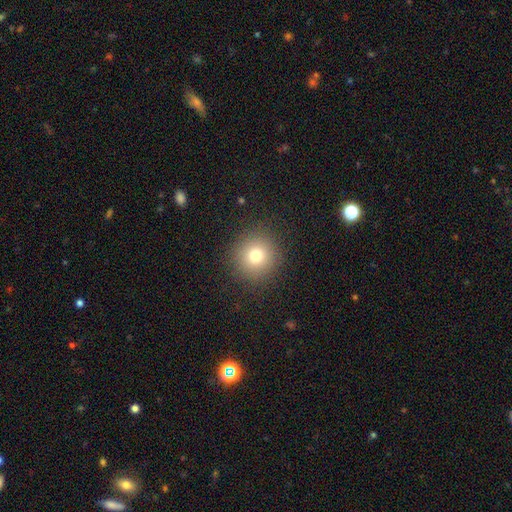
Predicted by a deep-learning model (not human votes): smooth-or-featured: smooth: 75% | star or artifact: 14% | featured or disk: 10%
  how-rounded: round: 94% | in between: 5% | cigar-shaped: 1%
  merging: none: 90% | minor disturbance: 6% | major disturbance: 3% | merger: 1%